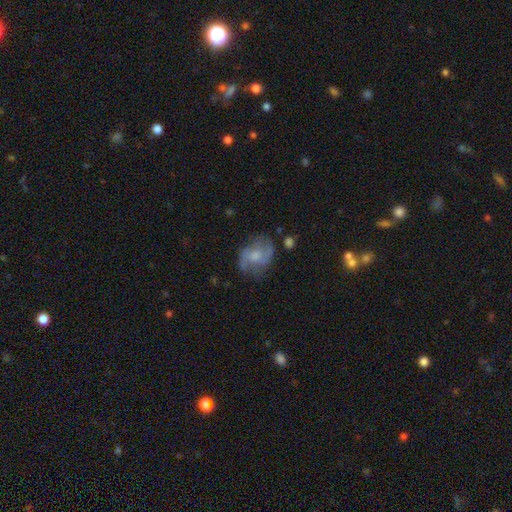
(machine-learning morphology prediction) A featured or disk galaxy (63%) with no bar (65%), 2 (67%) medium (46%) spiral arms (84%) and a moderate central bulge (44%). Merging: none (65%).